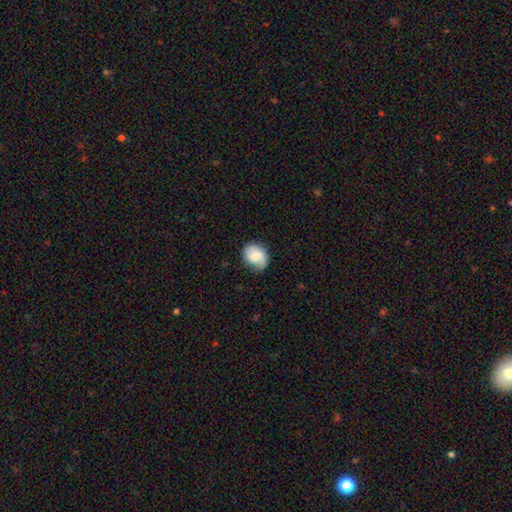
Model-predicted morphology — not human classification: This is possibly a smooth galaxy (58%). How rounded: possibly round (50%). Merging: likely none (67%).